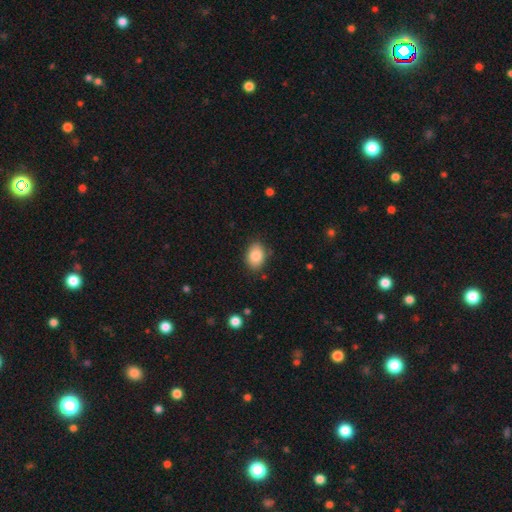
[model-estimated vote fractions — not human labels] Smooth or featured: smooth — 86% (star or artifact — 8%)
How rounded: in between — 80% (round — 19%)
Merging: none — 84% (minor disturbance — 12%)